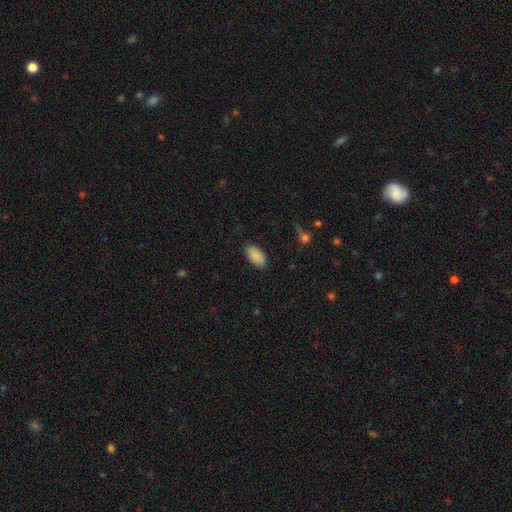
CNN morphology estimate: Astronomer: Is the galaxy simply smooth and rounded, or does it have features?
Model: smooth — 89%.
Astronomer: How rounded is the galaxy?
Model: in between — 94%.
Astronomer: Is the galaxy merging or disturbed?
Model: none — 87%.